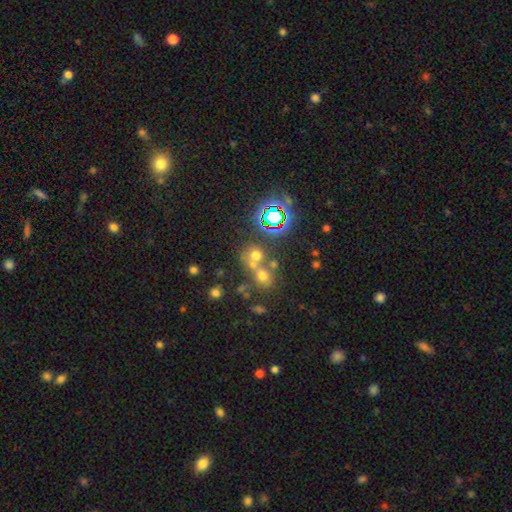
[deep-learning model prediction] Smooth or featured? smooth (53%)
How rounded? round (78%)
Merging? none (46%)